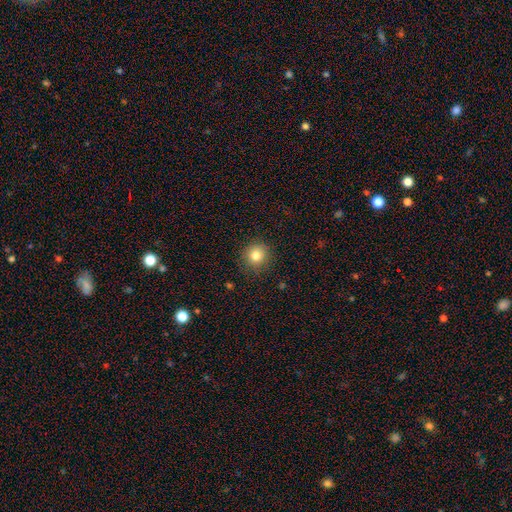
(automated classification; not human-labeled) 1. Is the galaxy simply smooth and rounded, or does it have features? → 81% smooth, 12% star or artifact, 7% featured or disk.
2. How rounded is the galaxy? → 91% round, 8% in between, 1% cigar-shaped.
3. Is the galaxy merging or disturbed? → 88% none, 8% minor disturbance, 3% major disturbance, 1% merger.